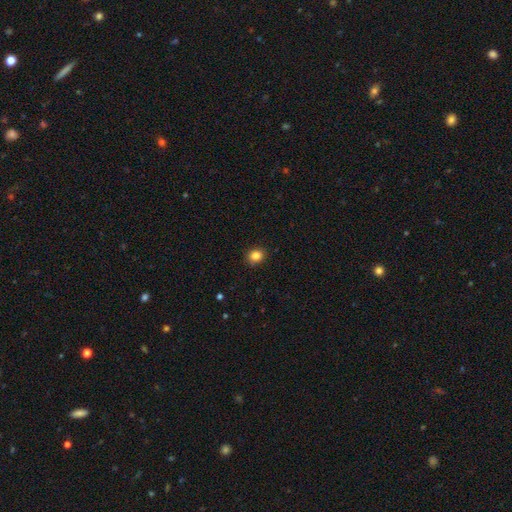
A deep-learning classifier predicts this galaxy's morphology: The model was most divided on "how rounded": round: 75%, in between: 24%, cigar-shaped: 1%. More confident: merging — none (90%); smooth or featured — smooth (85%).